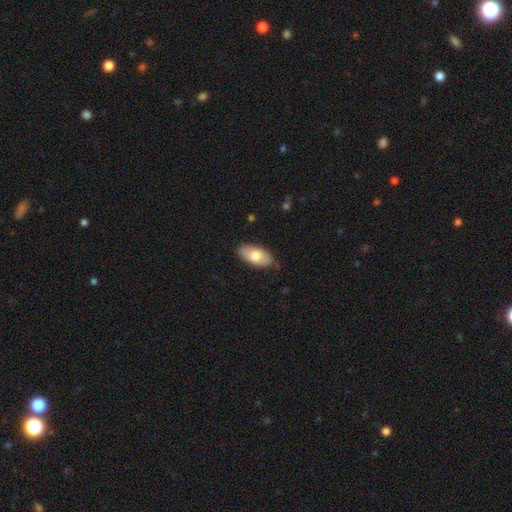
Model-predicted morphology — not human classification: A smooth galaxy with no disk features (75%) that is in between round and cigar-shaped (93%). Merging: none (78%).